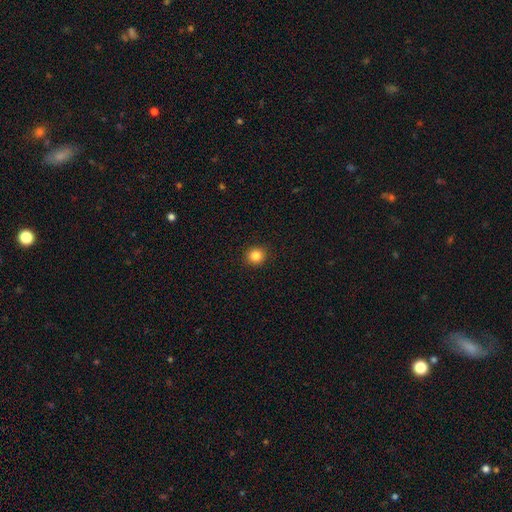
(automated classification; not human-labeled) smooth_or_featured: smooth (p=0.84) [alt: star or artifact p=0.11]
how_rounded: round (p=0.91) [alt: in between p=0.08]
merging: none (p=0.92) [alt: minor disturbance p=0.05]